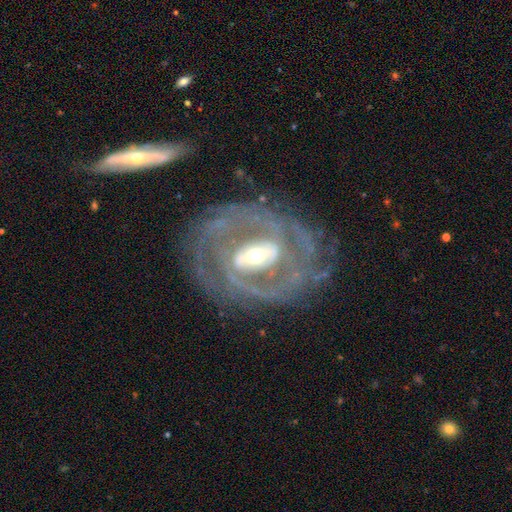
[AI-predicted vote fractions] featured or disk 88%, smooth 7%, star or artifact 5%. Down the decision tree: edge-on disk — no (95%); bar — strong (55%); spiral arms — yes (86%); spiral arm count — 2 (58%); spiral winding — tight (52%); bulge size — moderate (54%); merging — none (72%).